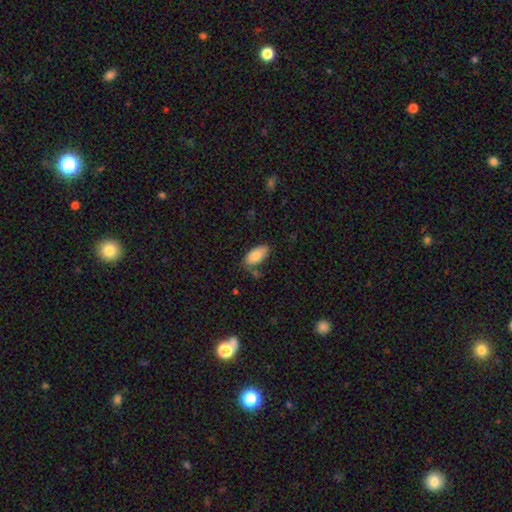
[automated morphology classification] Smooth or featured? smooth (83%)
How rounded? in between (93%)
Merging? none (68%)